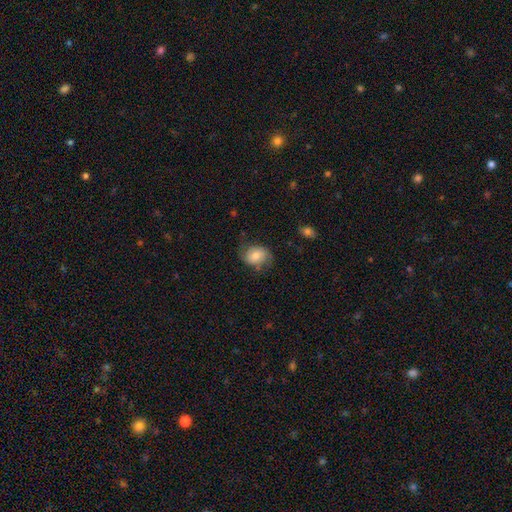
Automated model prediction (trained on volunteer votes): The model was most divided on "how rounded": in between: 56%, round: 43%, cigar-shaped: 1%. More confident: merging — none (62%); smooth or featured — smooth (60%).